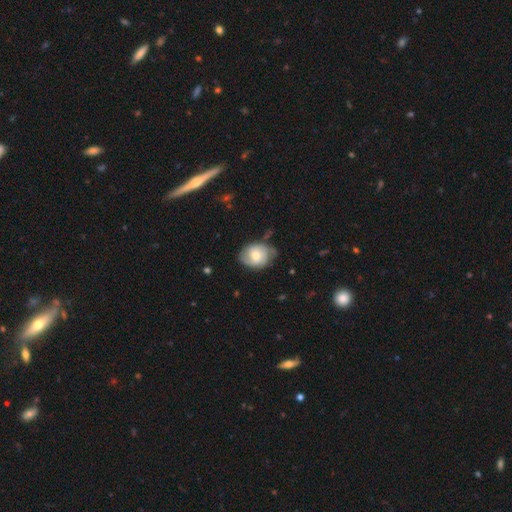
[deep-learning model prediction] smooth_or_featured: smooth (p=0.48) [alt: featured or disk p=0.45]
merging: none (p=0.61) [alt: minor disturbance p=0.29]